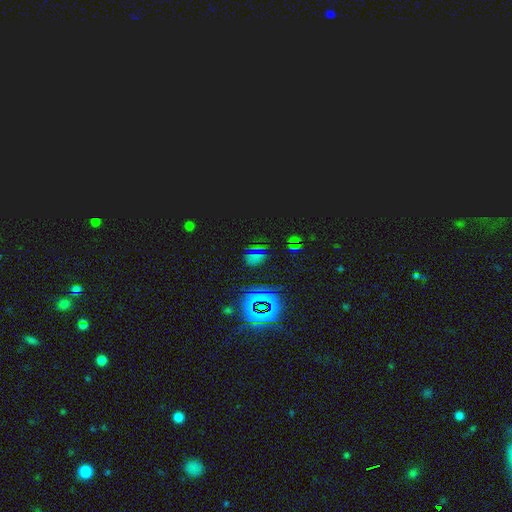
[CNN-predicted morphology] type=star or artifact (72%).